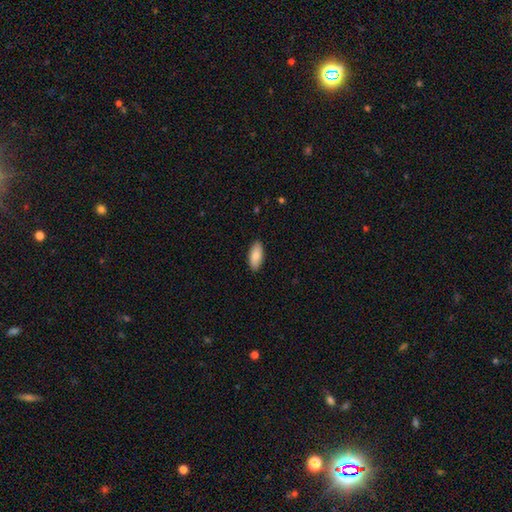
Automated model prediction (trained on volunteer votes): smooth-or-featured: smooth: 85% | featured or disk: 9% | star or artifact: 6%
  how-rounded: in between: 87% | cigar-shaped: 11% | round: 2%
  merging: none: 89% | minor disturbance: 8% | major disturbance: 2% | merger: 1%